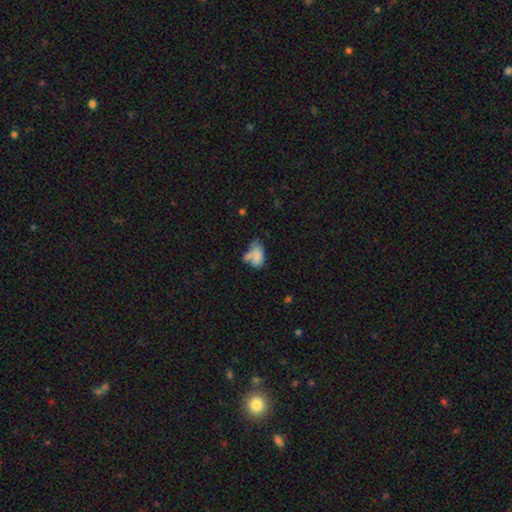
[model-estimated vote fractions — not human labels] smooth-or-featured: smooth: 73% | featured or disk: 17% | star or artifact: 10%
  how-rounded: in between: 87% | round: 10% | cigar-shaped: 3%
  merging: merger: 31% | none: 29% | minor disturbance: 22% | major disturbance: 17%